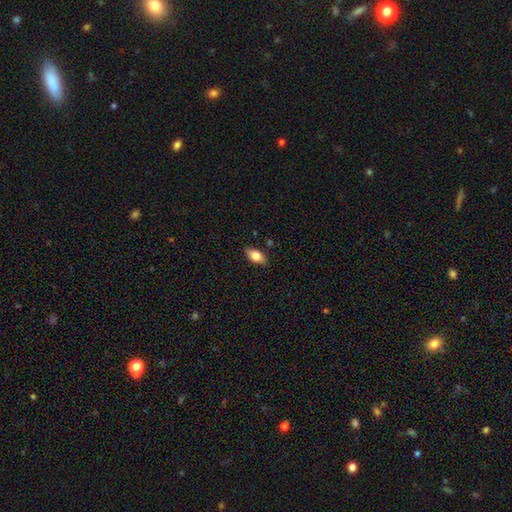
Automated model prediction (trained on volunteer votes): Smooth or featured: smooth — 80% (featured or disk — 13%)
How rounded: in between — 90% (round — 5%)
Merging: none — 85% (minor disturbance — 11%)